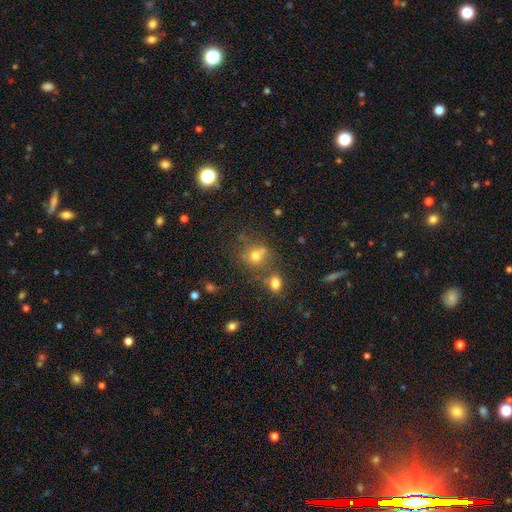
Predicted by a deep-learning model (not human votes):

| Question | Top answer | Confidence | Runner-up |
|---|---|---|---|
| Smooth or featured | smooth | 68% | star or artifact (18%) |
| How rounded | round | 77% | in between (22%) |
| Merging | none | 50% | merger (31%) |